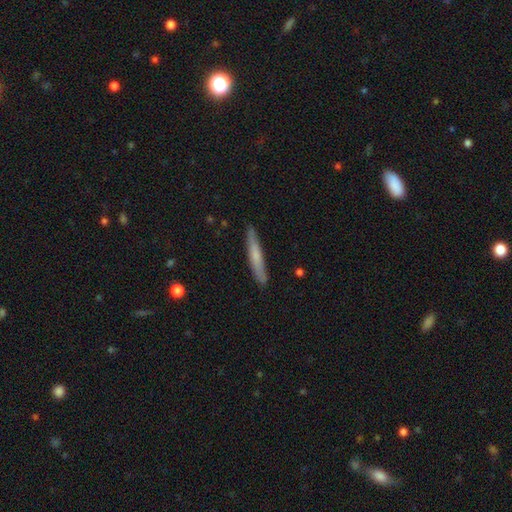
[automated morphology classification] Overall: smooth (62%; featured or disk 32%). How rounded: cigar-shaped (95%). Merging: none (88%).